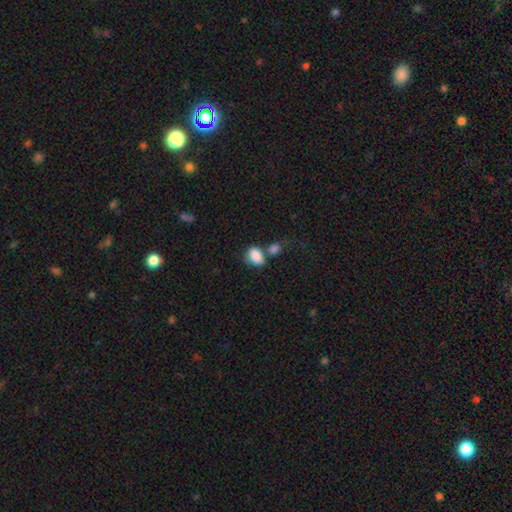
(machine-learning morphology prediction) Overall: smooth (85%). How rounded: in between (76%). Merging: none (38%; merger 37%).